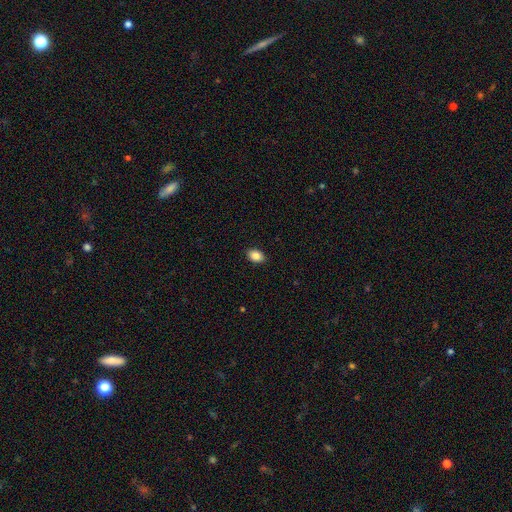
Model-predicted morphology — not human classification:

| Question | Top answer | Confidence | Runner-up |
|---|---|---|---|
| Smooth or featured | smooth | 87% | star or artifact (8%) |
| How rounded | in between | 82% | round (17%) |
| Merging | none | 90% | minor disturbance (7%) |